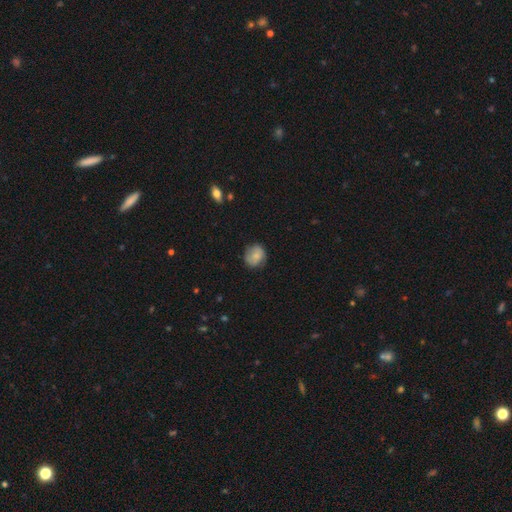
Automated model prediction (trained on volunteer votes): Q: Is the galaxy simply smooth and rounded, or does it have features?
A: smooth — 77%.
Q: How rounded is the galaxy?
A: round — 76%.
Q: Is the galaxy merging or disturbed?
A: none — 76%.